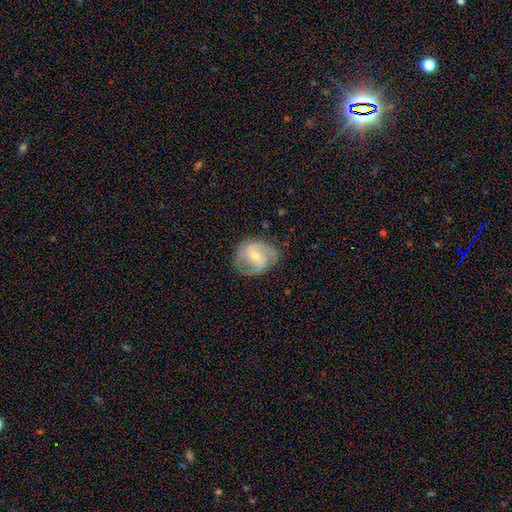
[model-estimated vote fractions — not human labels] This appears to be a featured or disk galaxy (71%) with a weak bar (52%), 2 (62%) medium (44%) spiral arms (86%) and a moderate central bulge (51%). Merging: none (69%).